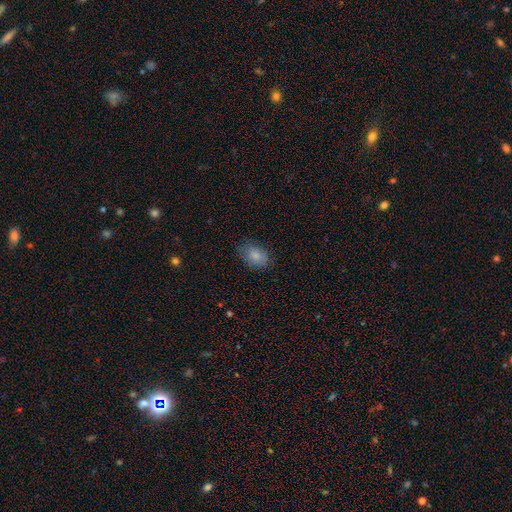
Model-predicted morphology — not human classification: The model was most divided on "merging": none: 78%, minor disturbance: 17%, major disturbance: 4%, merger: 1%. More confident: smooth or featured — smooth (84%); how rounded — in between (81%).